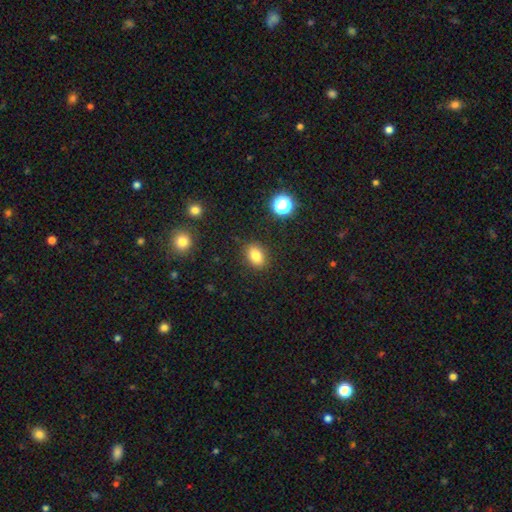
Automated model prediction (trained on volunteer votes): Overall: smooth (82%). How rounded: in between (75%). Merging: none (87%).